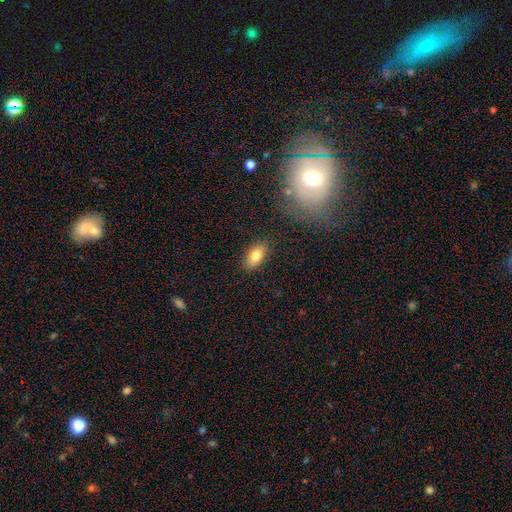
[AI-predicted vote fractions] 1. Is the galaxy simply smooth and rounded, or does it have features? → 79% smooth, 13% featured or disk, 8% star or artifact.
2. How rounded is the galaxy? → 90% in between, 7% round, 3% cigar-shaped.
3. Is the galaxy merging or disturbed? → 85% none, 11% minor disturbance, 3% major disturbance, 1% merger.